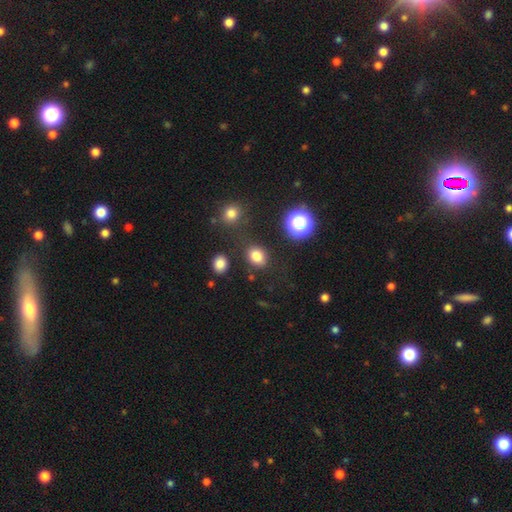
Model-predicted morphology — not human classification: Overall: smooth (79%). How rounded: in between (56%; round 43%). Merging: none (79%).